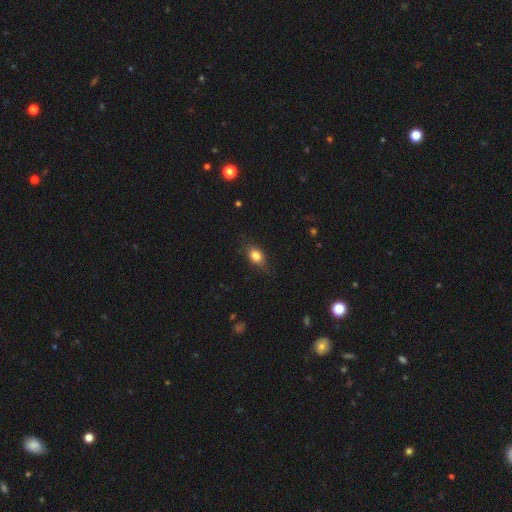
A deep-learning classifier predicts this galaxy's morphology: Smooth or featured?
  - smooth: 81% *
  - featured or disk: 10%
  - star or artifact: 9%
How rounded?
  - in between: 74% *
  - round: 23%
  - cigar-shaped: 4%
Merging?
  - none: 75% *
  - minor disturbance: 20%
  - major disturbance: 5%
  - merger: 1%